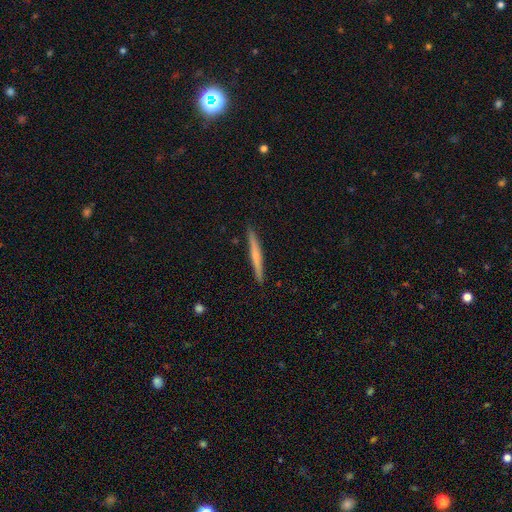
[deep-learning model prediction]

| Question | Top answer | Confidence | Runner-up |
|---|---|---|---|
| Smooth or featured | featured or disk | 50% | smooth (44%) |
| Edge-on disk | yes | 98% | no (2%) |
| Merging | none | 92% | minor disturbance (6%) |